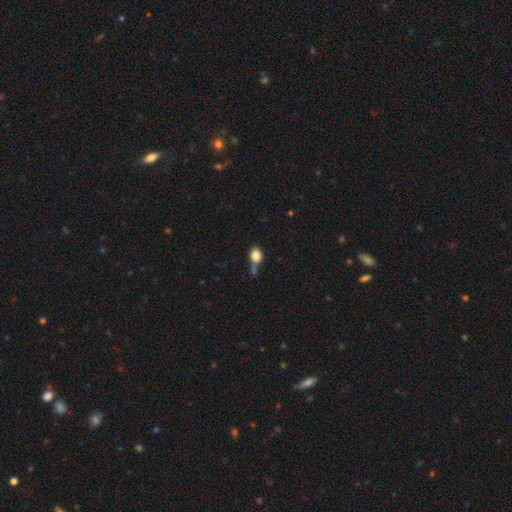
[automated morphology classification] Smooth or featured? smooth (84%)
How rounded? in between (61%)
Merging? none (43%)